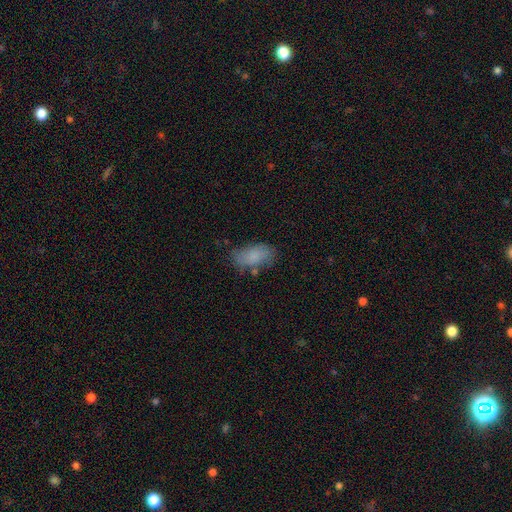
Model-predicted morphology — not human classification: This is likely a smooth galaxy (79%). How rounded: clearly in between (92%). Merging: likely none (61%).